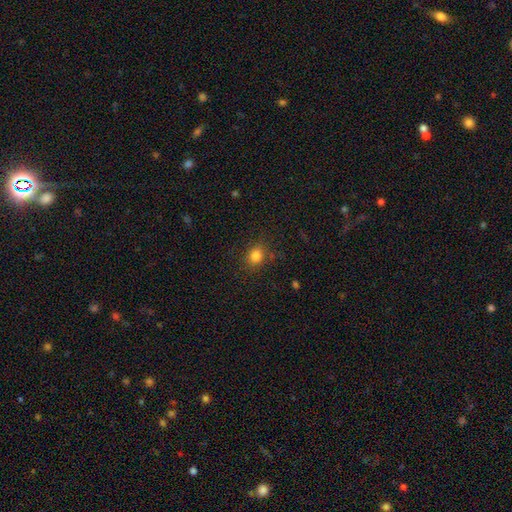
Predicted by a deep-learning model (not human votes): Smooth or featured? smooth (82%)
How rounded? round (59%)
Merging? none (81%)